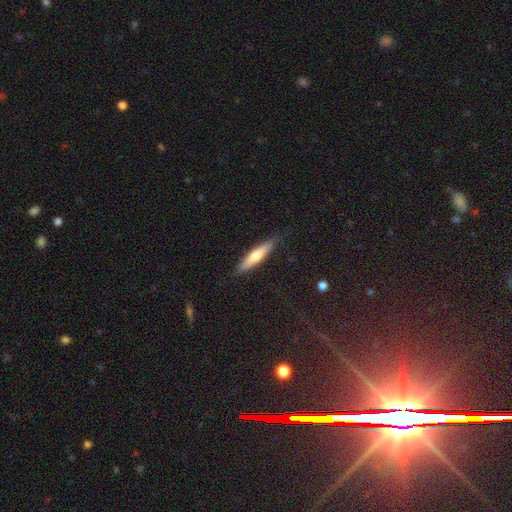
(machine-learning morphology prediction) This is possibly a smooth galaxy (58%). How rounded: clearly cigar-shaped (83%). Merging: clearly none (87%).